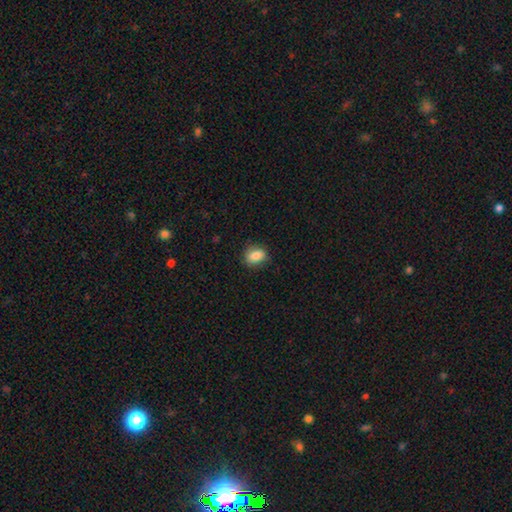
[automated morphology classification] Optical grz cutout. It shows a smooth galaxy with no disk features (86%) that is in between round and cigar-shaped (68%). Merging: none (81%).